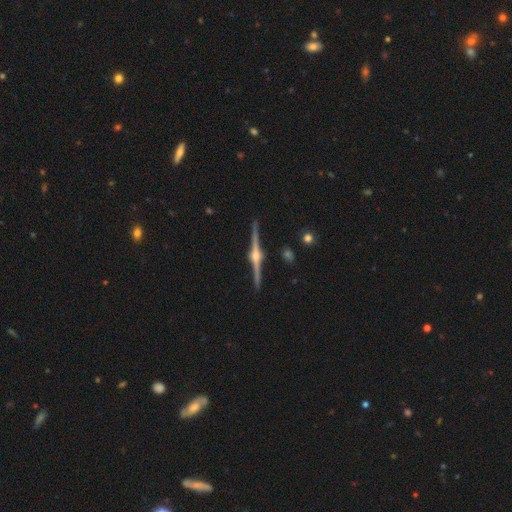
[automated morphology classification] Smooth or featured? featured or disk (89%)
Edge-on disk? yes (99%)
Edge-on bulge? rounded (94%)
Merging? none (91%)